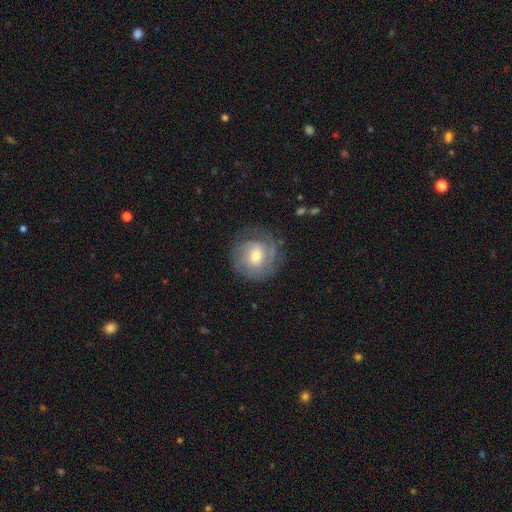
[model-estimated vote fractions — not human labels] Smooth or featured? Predicted: featured or disk (p=0.73). Edge-on disk? Predicted: no (p=0.97). Bar? Predicted: no (p=0.58). Spiral arms? Predicted: yes (p=0.91). Spiral winding? Predicted: tight (p=0.65). Spiral arm count? Predicted: can't tell (p=0.35). Bulge size? Predicted: moderate (p=0.57). Merging? Predicted: none (p=0.77).